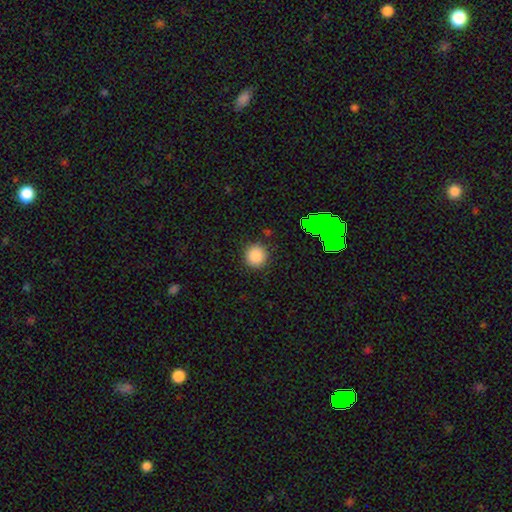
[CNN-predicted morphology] smooth_or_featured: smooth (p=0.85) [alt: star or artifact p=0.11]
how_rounded: round (p=0.94) [alt: in between p=0.05]
merging: none (p=0.89) [alt: minor disturbance p=0.07]